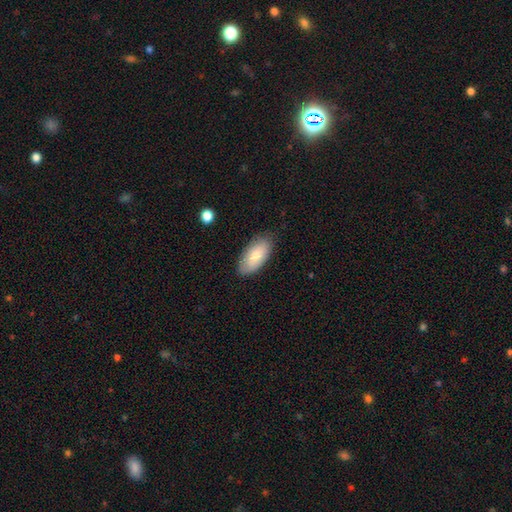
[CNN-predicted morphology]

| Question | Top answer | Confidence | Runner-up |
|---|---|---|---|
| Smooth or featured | smooth | 76% | featured or disk (18%) |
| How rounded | in between | 93% | cigar-shaped (4%) |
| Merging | none | 82% | minor disturbance (14%) |